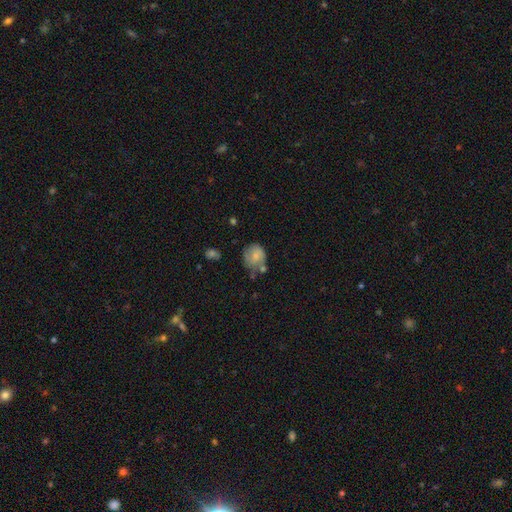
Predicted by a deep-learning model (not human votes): Q: Smooth or featured?
A: smooth (69%); runner-up: featured or disk (22%)
Q: How rounded?
A: round (72%); runner-up: in between (27%)
Q: Merging?
A: none (50%); runner-up: minor disturbance (28%)